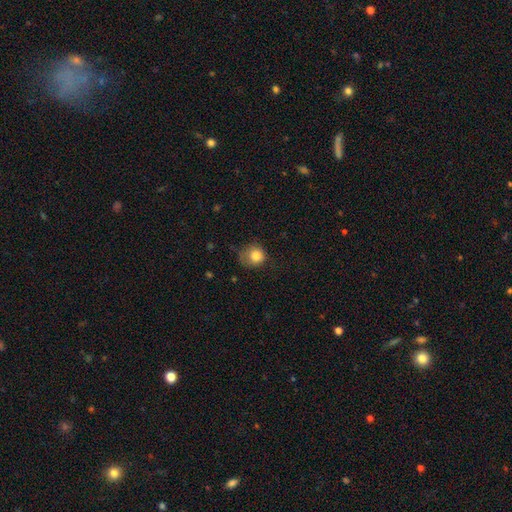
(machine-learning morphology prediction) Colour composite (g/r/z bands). It shows a smooth galaxy with no disk features (82%) that is round (83%). Merging: none (52%).